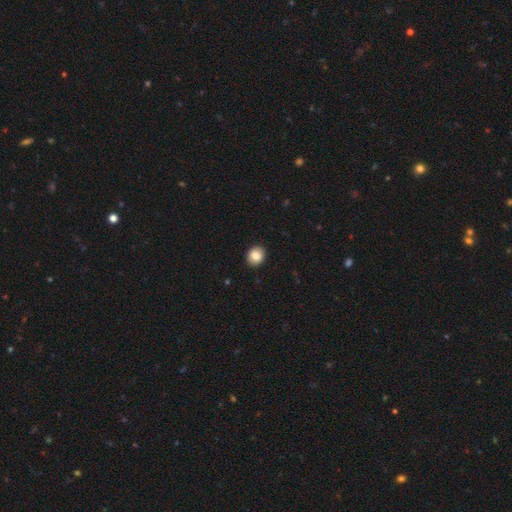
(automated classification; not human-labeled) Overall: smooth (86%). How rounded: round (67%; in between 32%). Merging: none (92%).